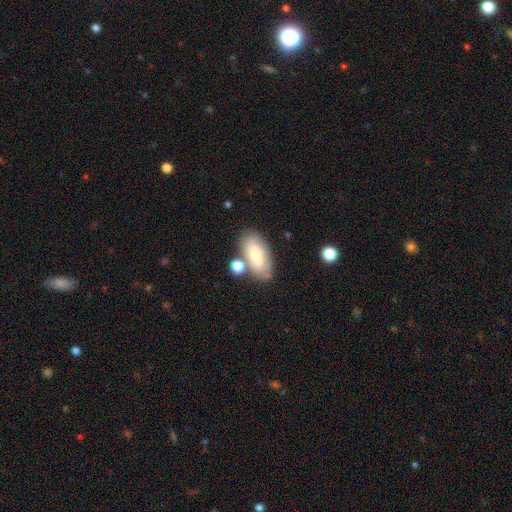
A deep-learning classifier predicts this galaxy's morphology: Q: Smooth or featured?
A: smooth (64%); runner-up: featured or disk (29%)
Q: How rounded?
A: in between (90%); runner-up: cigar-shaped (6%)
Q: Merging?
A: none (63%); runner-up: minor disturbance (17%)